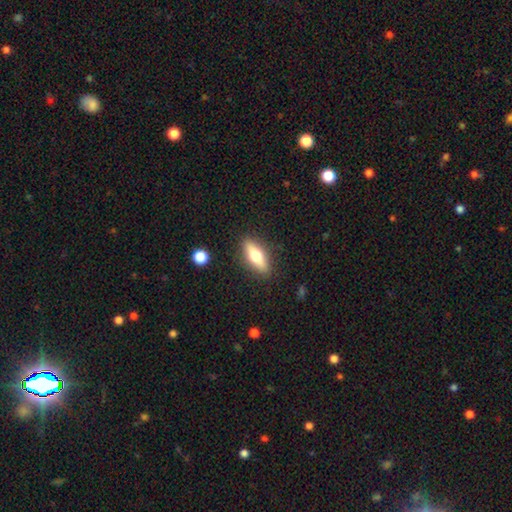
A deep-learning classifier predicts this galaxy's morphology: smooth_or_featured: smooth (p=0.54) [alt: featured or disk p=0.39]
how_rounded: in between (p=0.56) [alt: cigar-shaped p=0.41]
merging: none (p=0.88) [alt: minor disturbance p=0.09]